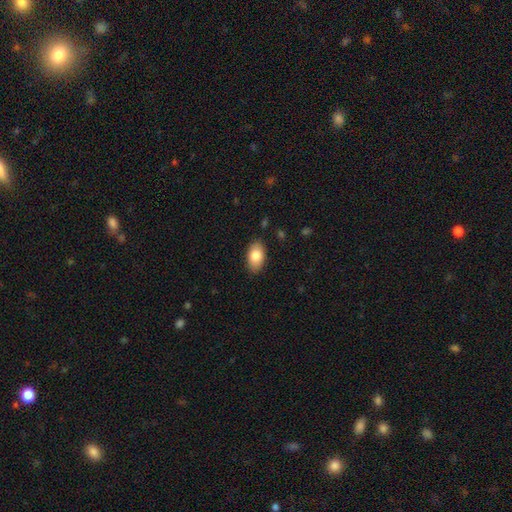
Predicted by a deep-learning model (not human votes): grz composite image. It shows a smooth galaxy with no disk features (83%) that is in between round and cigar-shaped (92%). Merging: none (87%).